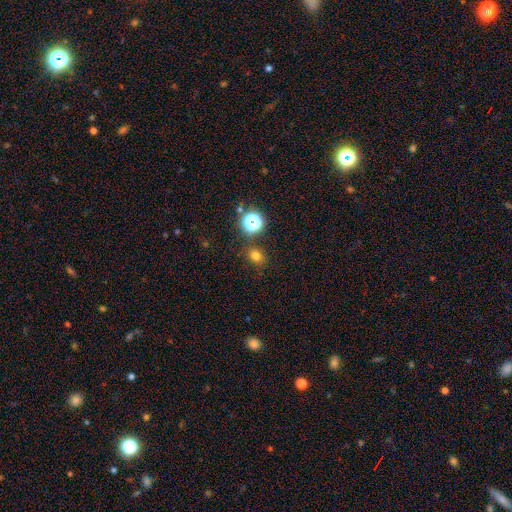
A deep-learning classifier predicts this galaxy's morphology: Smooth or featured?
  - smooth: 72% *
  - star or artifact: 21%
  - featured or disk: 7%
How rounded?
  - round: 65% *
  - in between: 34%
  - cigar-shaped: 1%
Merging?
  - none: 82% *
  - minor disturbance: 10%
  - merger: 5%
  - major disturbance: 3%